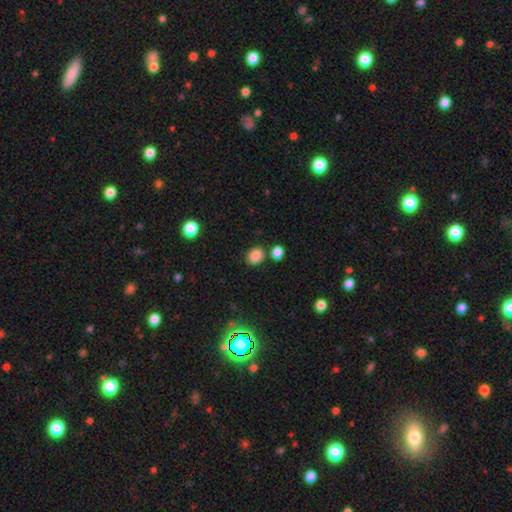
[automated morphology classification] Smooth or featured? Predicted: smooth (p=0.85). How rounded? Predicted: round (p=0.61). Merging? Predicted: none (p=0.76).